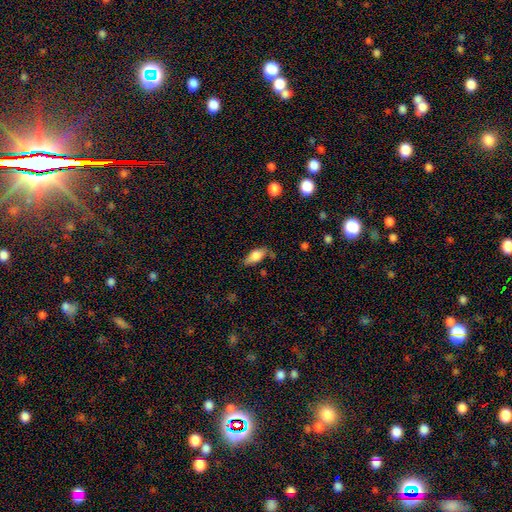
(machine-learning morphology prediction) This appears to be a smooth galaxy with no disk features (77%) that is in between round and cigar-shaped (83%). Merging: none (65%).